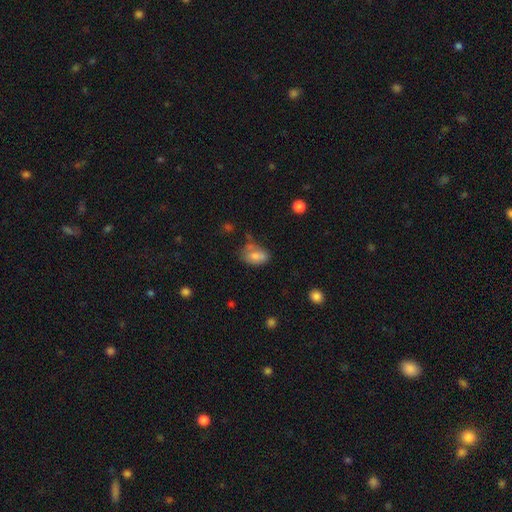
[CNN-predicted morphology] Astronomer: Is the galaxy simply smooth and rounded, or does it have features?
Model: smooth — 76%.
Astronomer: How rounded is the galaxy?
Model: in between — 86%.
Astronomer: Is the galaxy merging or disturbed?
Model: none — 46% (runner-up: minor disturbance, 30%).